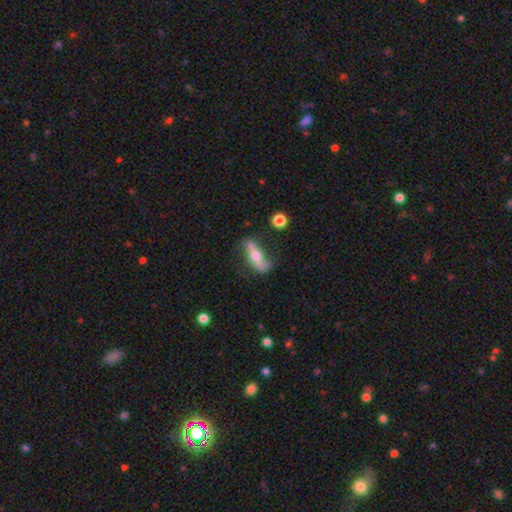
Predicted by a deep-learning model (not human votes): Smooth or featured? featured or disk (66%)
Edge-on disk? no (51%)
Merging? none (66%)